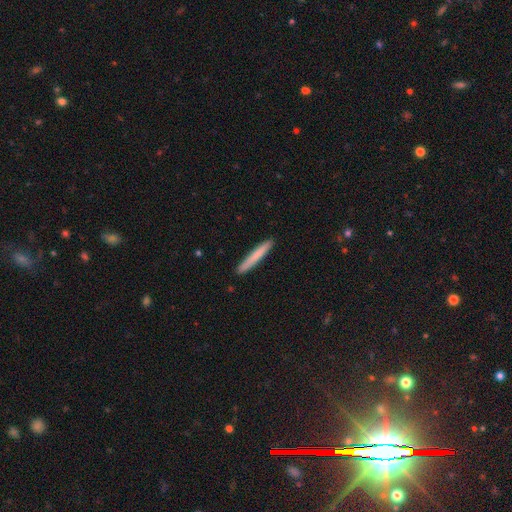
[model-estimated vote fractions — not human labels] This is likely a smooth galaxy (75%). How rounded: clearly cigar-shaped (97%). Merging: clearly none (92%).